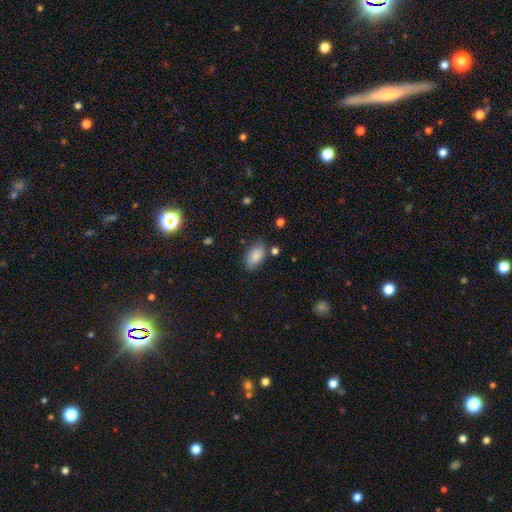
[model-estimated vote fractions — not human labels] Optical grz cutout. It shows a smooth galaxy with no disk features (86%) that is in between round and cigar-shaped (92%). Merging: none (76%).